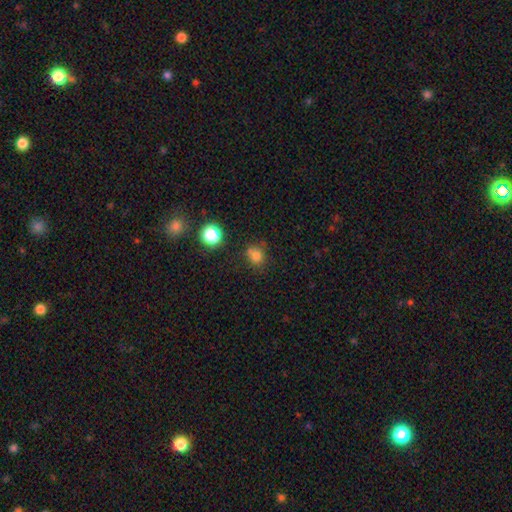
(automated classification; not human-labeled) This appears to be a smooth galaxy with no disk features (74%) that is round (79%). Merging: none (64%).